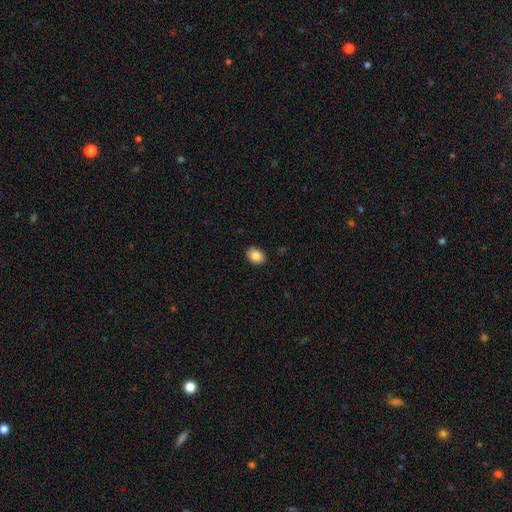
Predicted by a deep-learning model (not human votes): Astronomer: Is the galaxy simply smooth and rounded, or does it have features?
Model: smooth — 87%.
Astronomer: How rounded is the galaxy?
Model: in between — 74%.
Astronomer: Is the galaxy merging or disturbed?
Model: none — 89%.